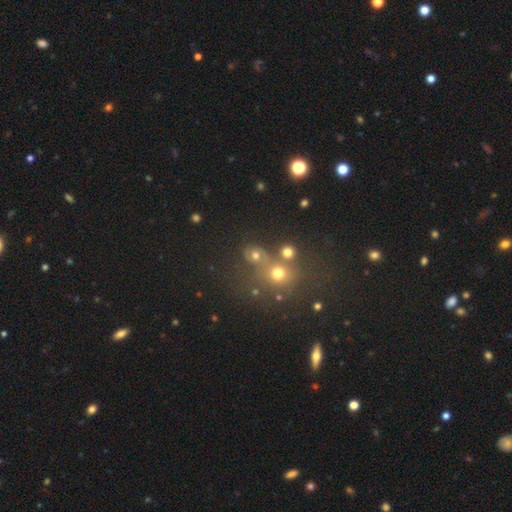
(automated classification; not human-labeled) Smooth or featured?
  - smooth: 59% *
  - star or artifact: 29%
  - featured or disk: 12%
How rounded?
  - round: 75% *
  - in between: 23%
  - cigar-shaped: 2%
Merging?
  - none: 55% *
  - merger: 26%
  - minor disturbance: 11%
  - major disturbance: 8%